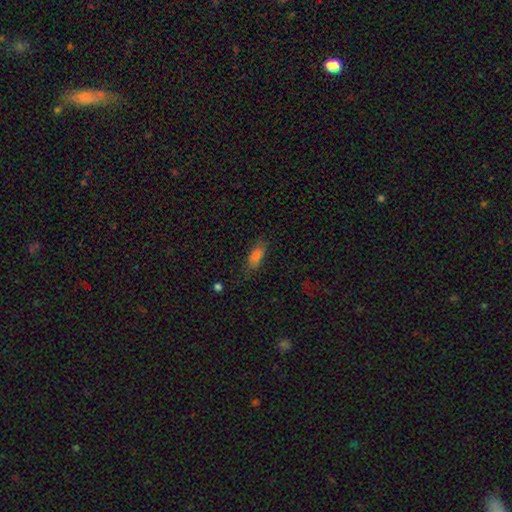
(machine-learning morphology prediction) smooth_or_featured: smooth (p=0.77) [alt: star or artifact p=0.12]
how_rounded: in between (p=0.72) [alt: cigar-shaped p=0.25]
merging: none (p=0.76) [alt: minor disturbance p=0.17]